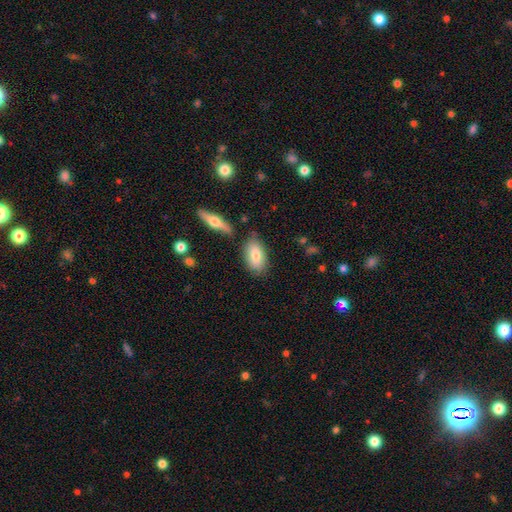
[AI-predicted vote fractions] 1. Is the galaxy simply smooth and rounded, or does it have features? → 76% smooth, 17% featured or disk, 7% star or artifact.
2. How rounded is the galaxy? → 90% in between, 5% cigar-shaped, 4% round.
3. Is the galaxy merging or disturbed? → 74% none, 15% minor disturbance, 7% merger, 4% major disturbance.